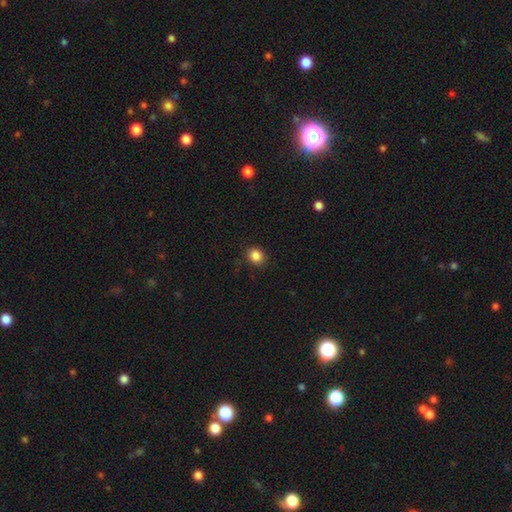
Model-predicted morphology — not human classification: A smooth galaxy with no disk features (86%) that is round (69%). Merging: none (88%).